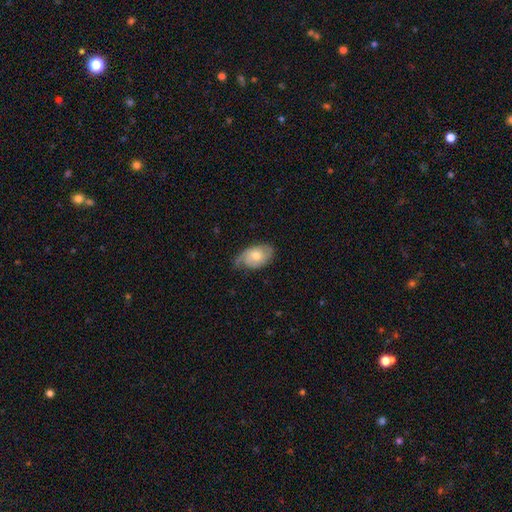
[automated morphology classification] A featured or disk galaxy (49%). Merging: none (51%).